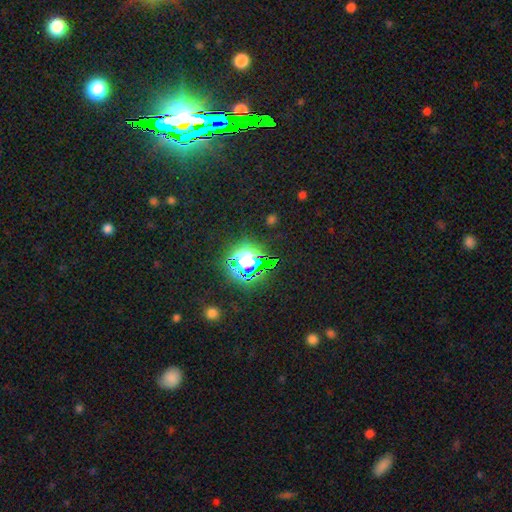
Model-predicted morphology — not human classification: smooth-or-featured: star or artifact: 69% | smooth: 21% | featured or disk: 9%